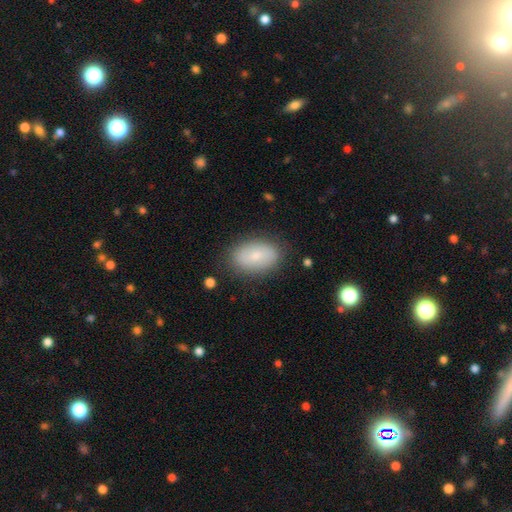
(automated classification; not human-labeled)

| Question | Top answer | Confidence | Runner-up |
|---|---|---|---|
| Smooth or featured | smooth | 73% | featured or disk (20%) |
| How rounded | in between | 91% | round (7%) |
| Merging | none | 83% | minor disturbance (12%) |